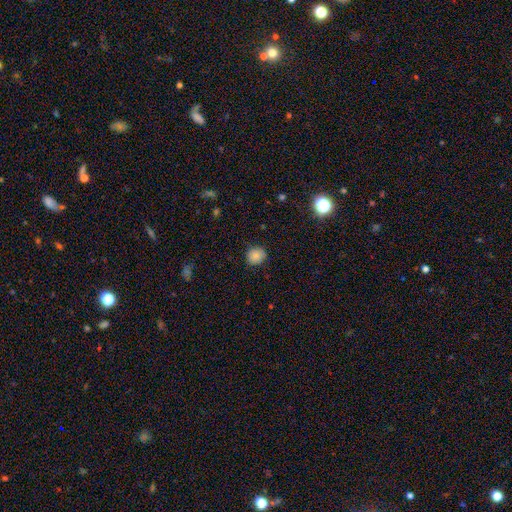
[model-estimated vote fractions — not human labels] Smooth or featured? smooth (84%)
How rounded? round (84%)
Merging? none (86%)